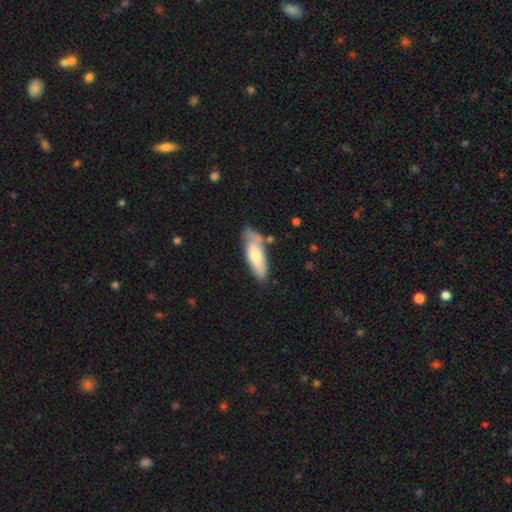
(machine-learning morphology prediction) smooth 66%, featured or disk 29%, star or artifact 6%. Down the decision tree: how rounded — in between (63%); merging — none (57%).